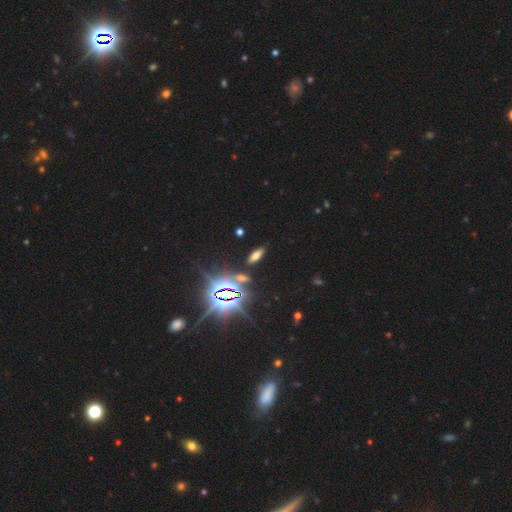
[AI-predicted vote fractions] Q: Smooth or featured?
A: smooth (47%); runner-up: star or artifact (40%)
Q: Merging?
A: none (87%); runner-up: minor disturbance (8%)